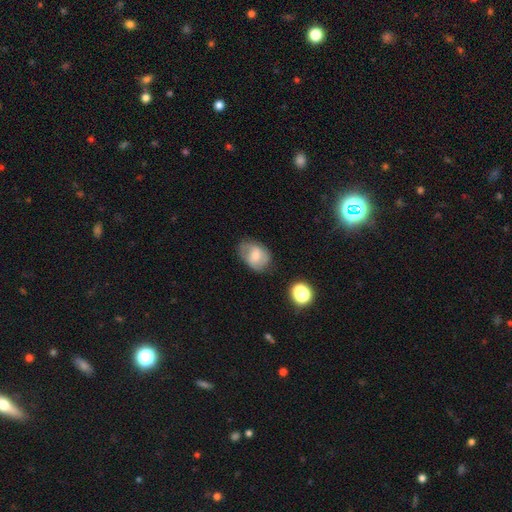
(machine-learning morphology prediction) This appears to be a smooth galaxy with no disk features (50%). Merging: none (60%).